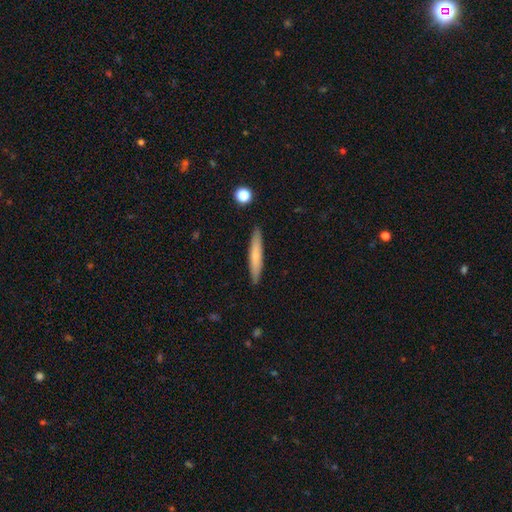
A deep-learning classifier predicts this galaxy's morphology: Q: Smooth or featured?
A: smooth (65%); runner-up: featured or disk (29%)
Q: How rounded?
A: cigar-shaped (93%); runner-up: in between (6%)
Q: Merging?
A: none (90%); runner-up: minor disturbance (7%)